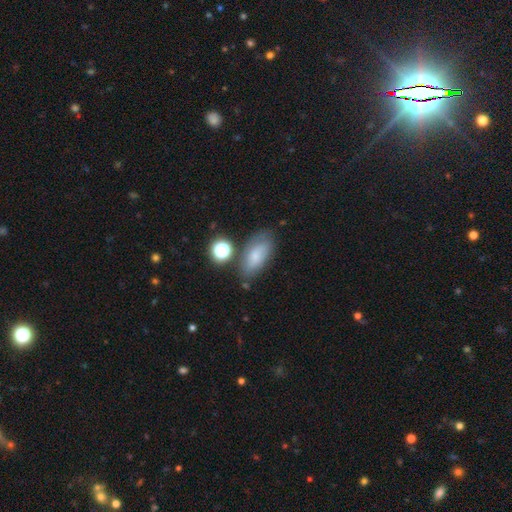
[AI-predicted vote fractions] A smooth galaxy with no disk features (63%) that is in between round and cigar-shaped (85%). Merging: none (63%).